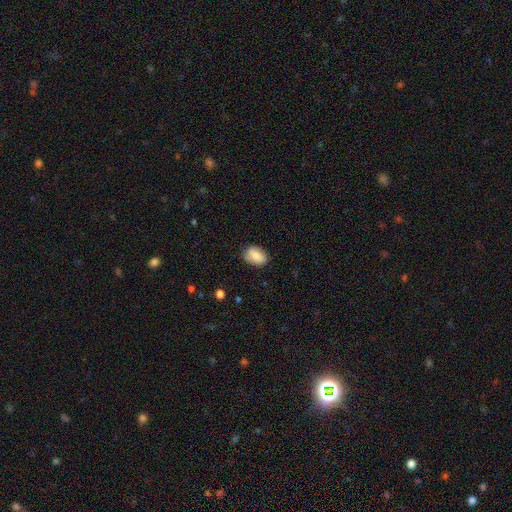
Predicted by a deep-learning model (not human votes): smooth-or-featured: smooth: 80% | featured or disk: 12% | star or artifact: 8%
  how-rounded: in between: 80% | round: 18% | cigar-shaped: 2%
  merging: none: 76% | minor disturbance: 19% | major disturbance: 4% | merger: 1%